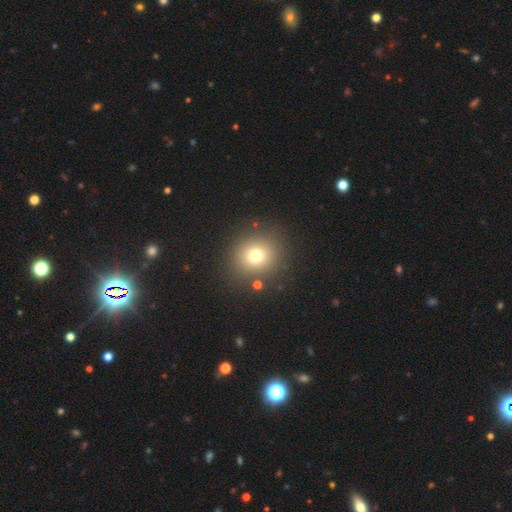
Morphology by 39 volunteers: smooth-or-featured: smooth: 85% | star or artifact: 10% | featured or disk: 5%
  how-rounded: round: 91% | in between: 9% | cigar-shaped: 0%
  merging: none: 86% | major disturbance: 6% | merger: 6% | minor disturbance: 3%